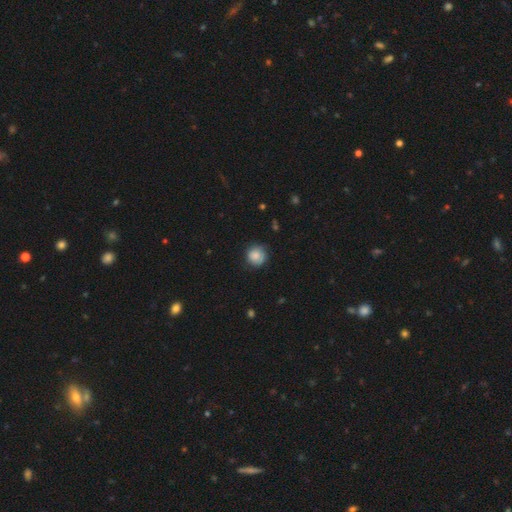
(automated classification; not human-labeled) This appears to be a smooth galaxy with no disk features (83%) that is round (92%). Merging: none (77%).